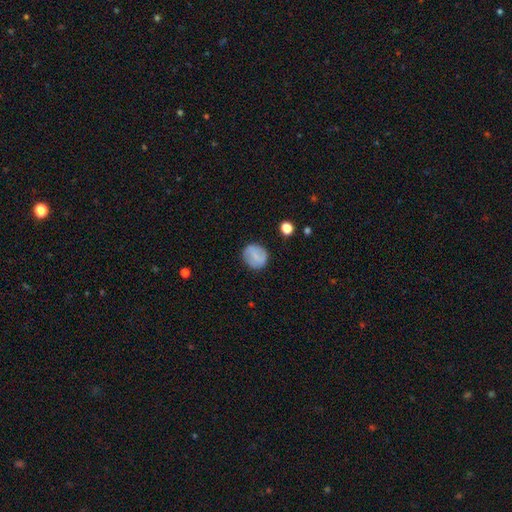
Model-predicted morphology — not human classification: This is likely a smooth galaxy (72%). How rounded: likely round (79%). Merging: clearly none (84%).